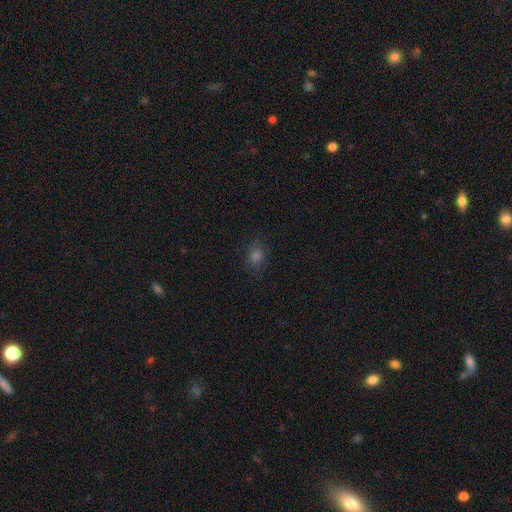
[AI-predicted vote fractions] Morphology: type=smooth (68%); roundness=round (55%); merging=none (83%).